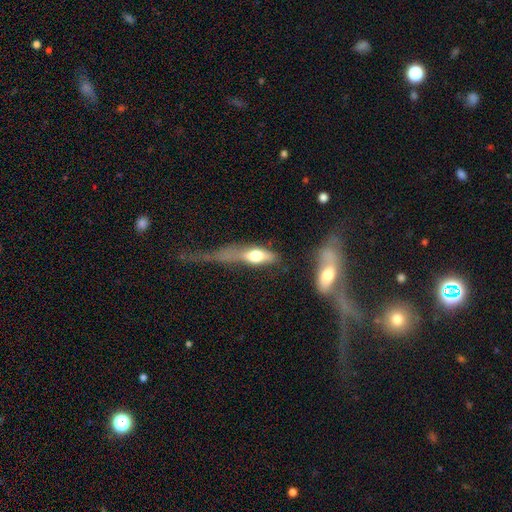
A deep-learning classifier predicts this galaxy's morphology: A smooth galaxy with no disk features (58%) that is in between round and cigar-shaped (55%).

Vote fractions:
- Smooth or featured? smooth: 58% / featured or disk: 35% / star or artifact: 8%
- How rounded? in between: 55% / cigar-shaped: 40% / round: 5%
- Merging? major disturbance: 40% / none: 24% / minor disturbance: 21% / merger: 14%